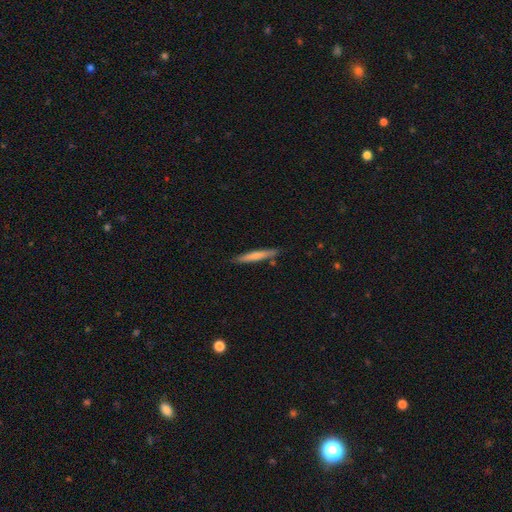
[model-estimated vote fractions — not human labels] Smooth or featured?
  - smooth: 67% *
  - featured or disk: 27%
  - star or artifact: 5%
How rounded?
  - cigar-shaped: 95% *
  - in between: 4%
  - round: 1%
Merging?
  - none: 85% *
  - minor disturbance: 10%
  - merger: 3%
  - major disturbance: 2%